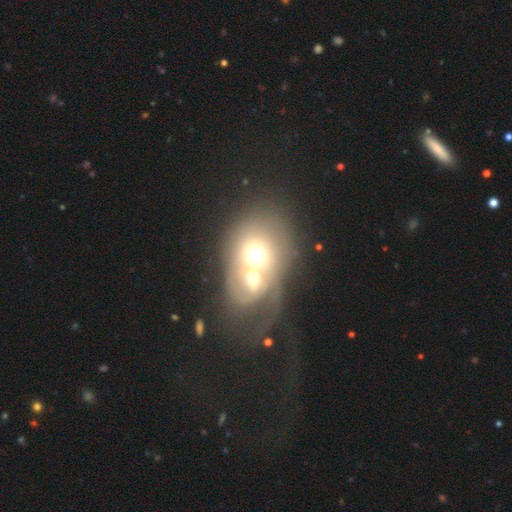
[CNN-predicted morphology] smooth-or-featured: featured or disk: 46% | smooth: 43% | star or artifact: 11%
  merging: merger: 78% | major disturbance: 9% | none: 9% | minor disturbance: 4%